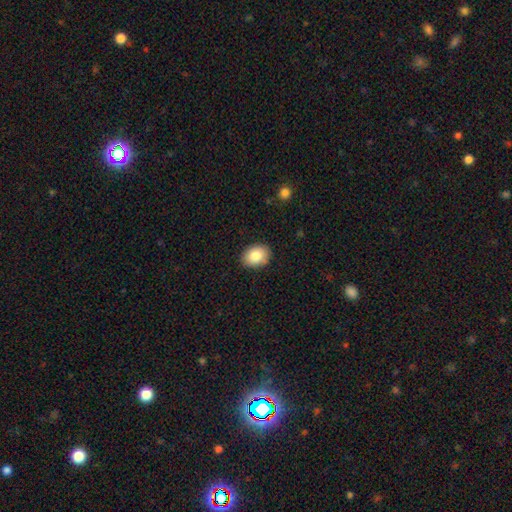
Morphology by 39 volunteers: Q: Smooth or featured?
A: smooth (87%); runner-up: star or artifact (8%)
Q: How rounded?
A: round (56%); runner-up: in between (44%)
Q: Merging?
A: none (89%); runner-up: minor disturbance (8%)